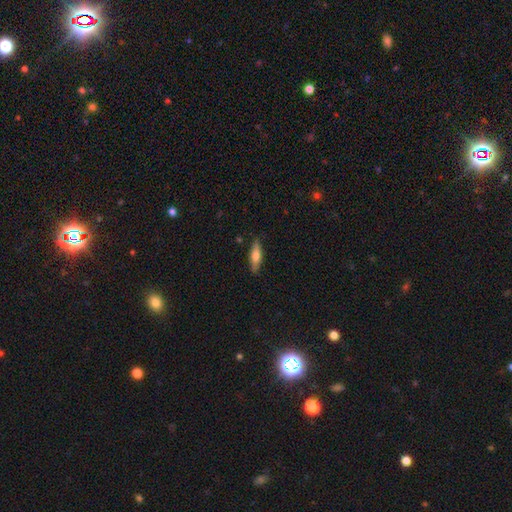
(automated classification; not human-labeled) Morphology: type=smooth (58%); roundness=cigar-shaped (60%); merging=none (85%).